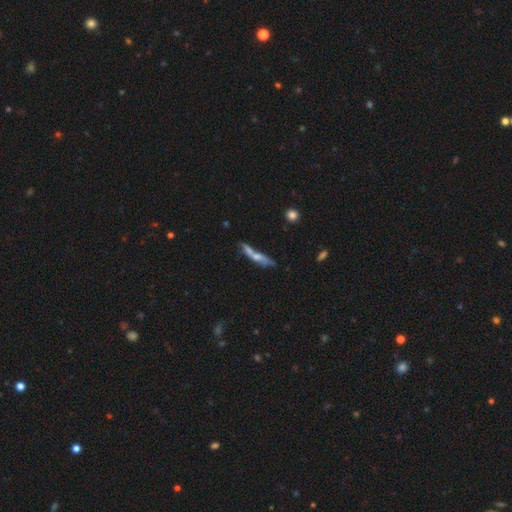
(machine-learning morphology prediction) Q: Smooth or featured?
A: smooth (49%); runner-up: featured or disk (43%)
Q: Merging?
A: none (41%); runner-up: merger (34%)